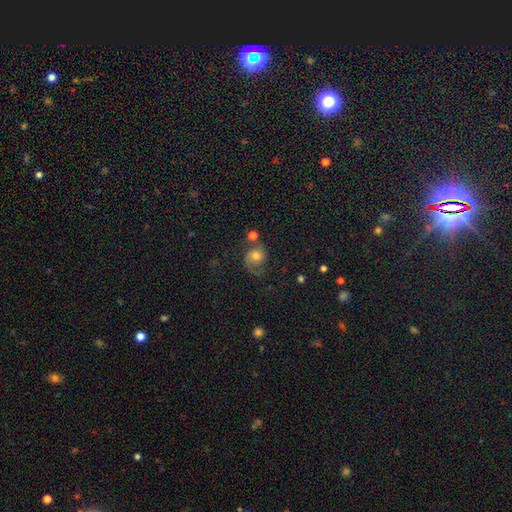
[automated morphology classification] The model was most divided on "smooth or featured": featured or disk: 47%, smooth: 41%, star or artifact: 12%. Remaining: merging — none (49%).